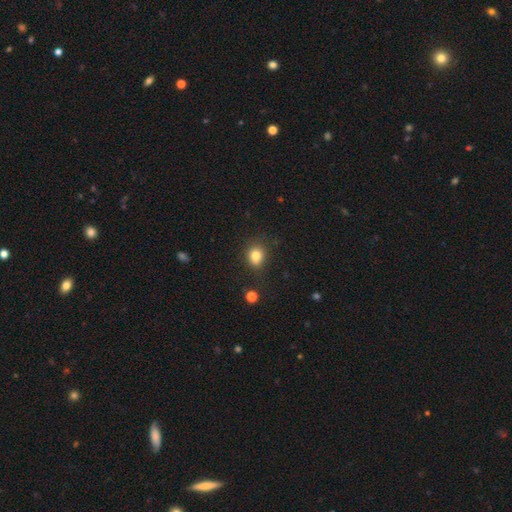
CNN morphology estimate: A smooth galaxy with no disk features (80%) that is round (64%).

Vote fractions:
- Smooth or featured? smooth: 80% / star or artifact: 12% / featured or disk: 7%
- How rounded? round: 64% / in between: 35% / cigar-shaped: 1%
- Merging? none: 67% / minor disturbance: 21% / major disturbance: 6% / merger: 6%